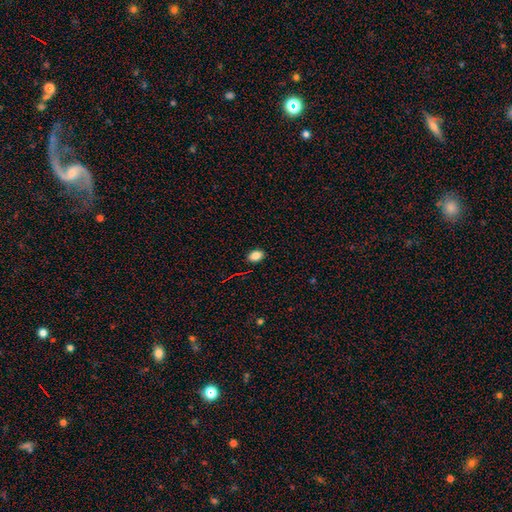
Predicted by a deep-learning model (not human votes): Smooth or featured? Predicted: smooth (p=0.84). How rounded? Predicted: in between (p=0.84). Merging? Predicted: none (p=0.87).